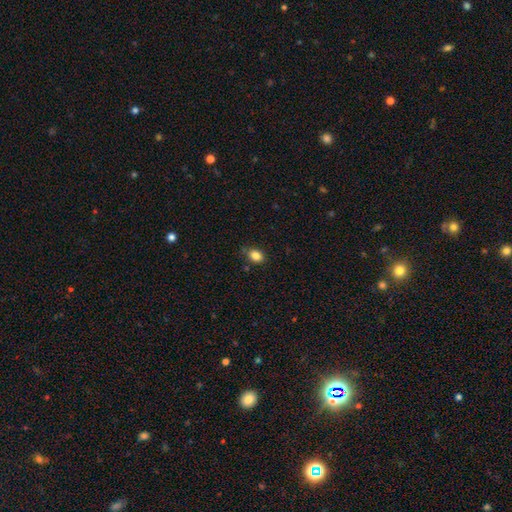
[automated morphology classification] The model was most divided on "how rounded": in between: 72%, round: 26%, cigar-shaped: 1%. More confident: smooth or featured — smooth (86%); merging — none (78%).